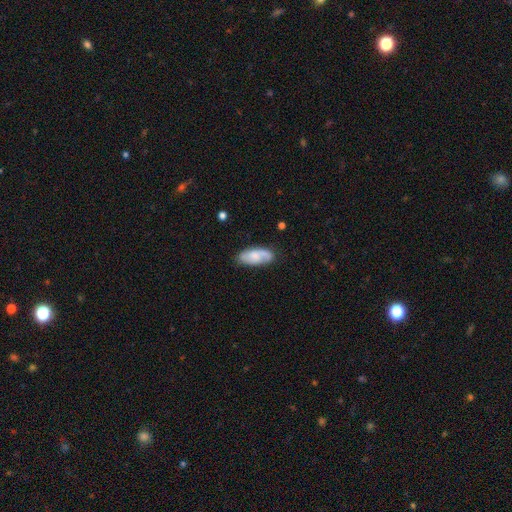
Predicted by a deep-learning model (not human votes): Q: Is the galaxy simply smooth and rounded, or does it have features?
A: smooth — 58%.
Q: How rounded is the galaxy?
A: in between — 87%.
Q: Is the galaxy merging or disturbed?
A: none — 71%.